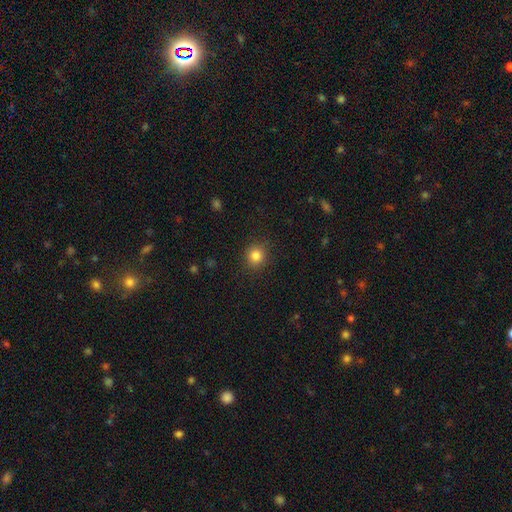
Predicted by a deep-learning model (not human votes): Smooth or featured?
  - smooth: 83% *
  - star or artifact: 12%
  - featured or disk: 5%
How rounded?
  - round: 89% *
  - in between: 10%
  - cigar-shaped: 1%
Merging?
  - none: 89% *
  - minor disturbance: 7%
  - major disturbance: 3%
  - merger: 1%